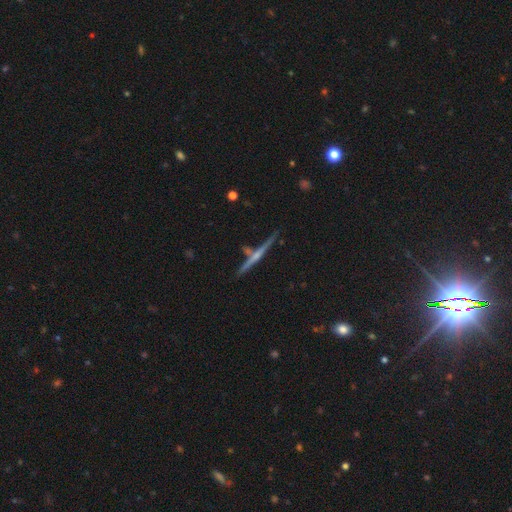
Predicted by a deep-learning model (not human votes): Smooth or featured? featured or disk (73%)
Edge-on disk? yes (98%)
Edge-on bulge? rounded (65%)
Merging? none (79%)